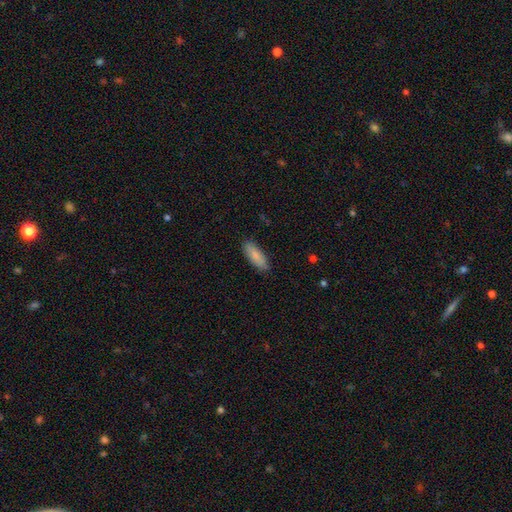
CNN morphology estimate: Smooth or featured: smooth — 86% (featured or disk — 8%)
How rounded: in between — 65% (cigar-shaped — 33%)
Merging: none — 87% (minor disturbance — 10%)